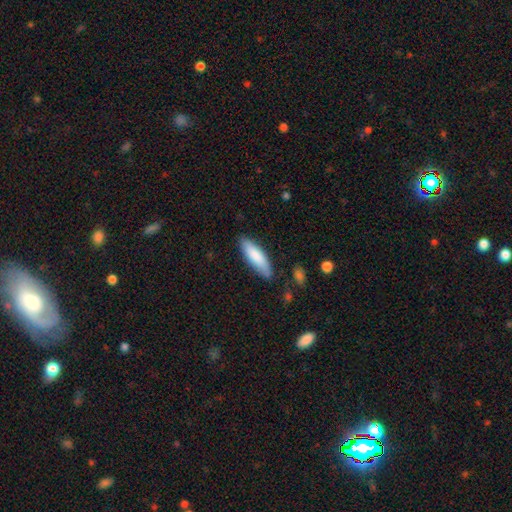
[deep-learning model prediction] Smooth or featured?
  - smooth: 83% *
  - featured or disk: 11%
  - star or artifact: 5%
How rounded?
  - cigar-shaped: 52% *
  - in between: 47%
  - round: 1%
Merging?
  - none: 82% *
  - minor disturbance: 14%
  - major disturbance: 2%
  - merger: 2%